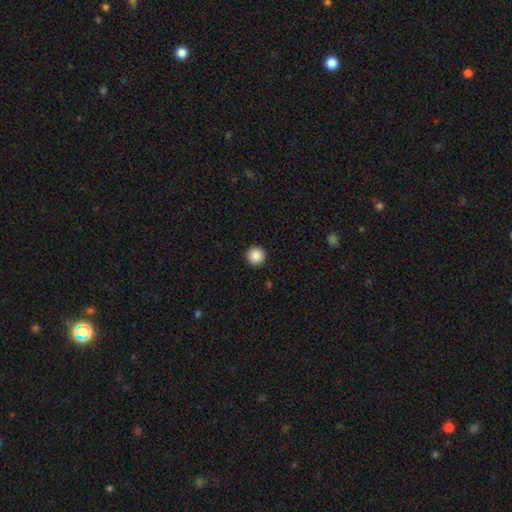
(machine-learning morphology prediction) A smooth galaxy with no disk features (87%) that is round (96%).

Vote fractions:
- Smooth or featured? smooth: 87% / star or artifact: 9% / featured or disk: 4%
- How rounded? round: 96% / in between: 3% / cigar-shaped: 1%
- Merging? none: 94% / minor disturbance: 4% / major disturbance: 1% / merger: 1%